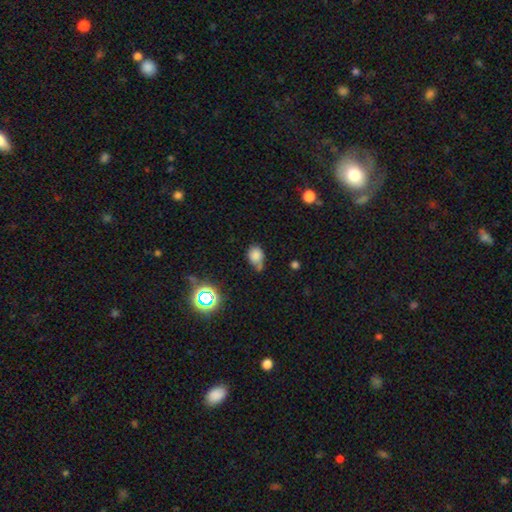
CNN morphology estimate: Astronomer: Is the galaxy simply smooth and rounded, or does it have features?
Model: smooth — 77%.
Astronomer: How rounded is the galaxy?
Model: in between — 59% (runner-up: round, 40%).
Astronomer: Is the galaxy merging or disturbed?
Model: none — 43% (runner-up: minor disturbance, 32%).